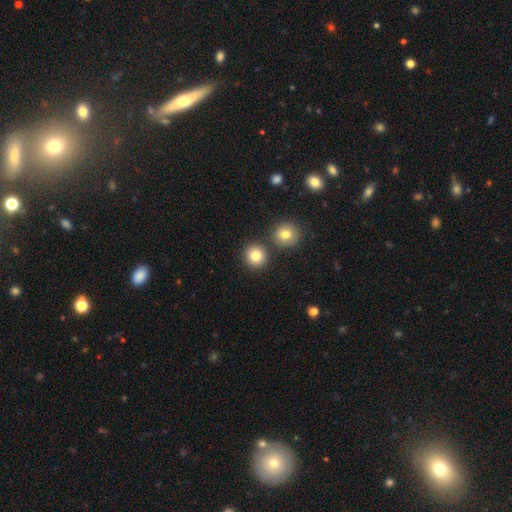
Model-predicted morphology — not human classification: Smooth or featured: smooth — 82% (star or artifact — 11%)
How rounded: round — 92% (in between — 7%)
Merging: none — 80% (merger — 11%)